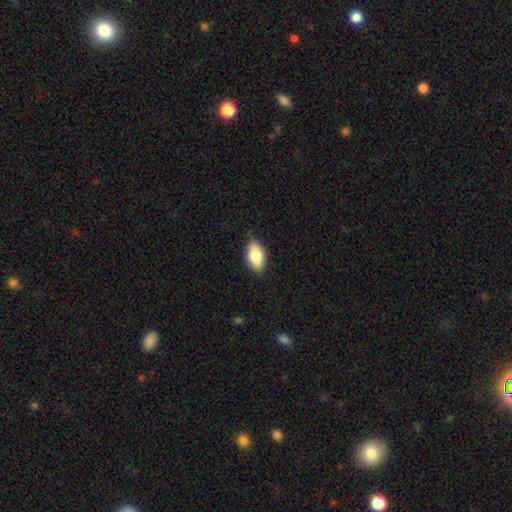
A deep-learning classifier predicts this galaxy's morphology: smooth-or-featured: smooth: 80% | featured or disk: 14% | star or artifact: 7%
  how-rounded: in between: 91% | cigar-shaped: 6% | round: 3%
  merging: none: 80% | minor disturbance: 16% | major disturbance: 3% | merger: 1%